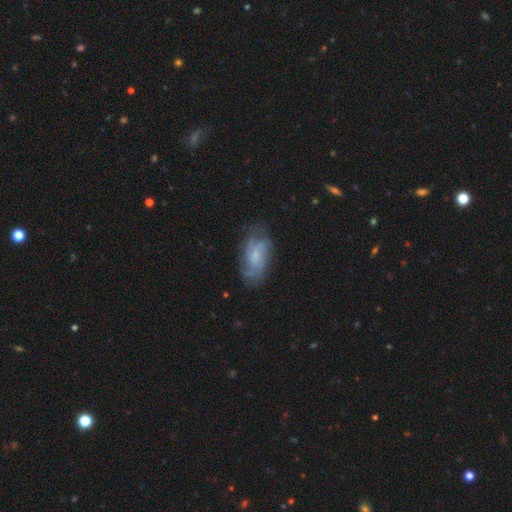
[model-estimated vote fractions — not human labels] A featured or disk galaxy (67%) with no bar (50%), medium (41%) spiral arms (86%) and a small central bulge (49%).

Vote fractions:
- Smooth or featured? featured or disk: 67% / smooth: 25% / star or artifact: 8%
- Edge-on disk? no: 94% / yes: 6%
- Bar? no: 50% / weak: 43% / strong: 7%
- Spiral arms? yes: 86% / no: 14%
- Spiral winding? medium: 41% / tight: 39% / loose: 20%
- Spiral arm count? can't tell: 42% / 2: 22% / 3: 16% / 4: 11% / 1: 4% / more than 4: 4%
- Bulge size? small: 49% / moderate: 26% / none: 20% / large: 3% / dominant: 1%
- Merging? none: 67% / minor disturbance: 21% / major disturbance: 10% / merger: 2%